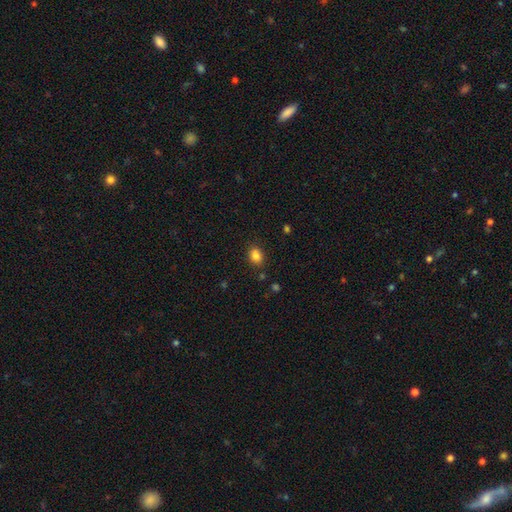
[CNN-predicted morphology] Q: Smooth or featured?
A: smooth (84%); runner-up: star or artifact (11%)
Q: How rounded?
A: in between (63%); runner-up: round (36%)
Q: Merging?
A: none (85%); runner-up: minor disturbance (10%)